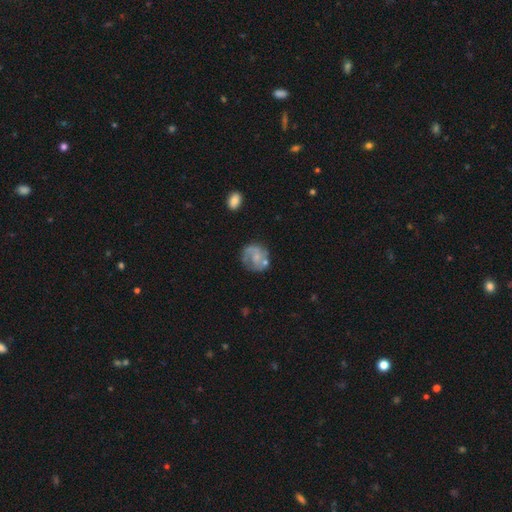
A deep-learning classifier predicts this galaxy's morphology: A featured or disk galaxy (62%) with no bar (65%), 2 (58%) medium (44%) spiral arms (82%) and a small central bulge (56%). Merging: none (60%).